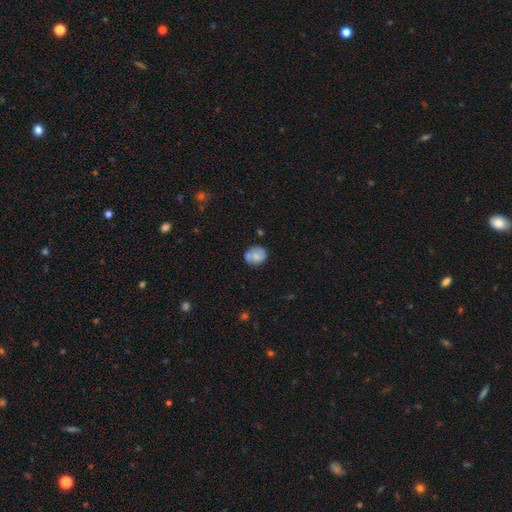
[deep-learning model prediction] A smooth galaxy with no disk features (59%) that is round (66%). Merging: none (59%).